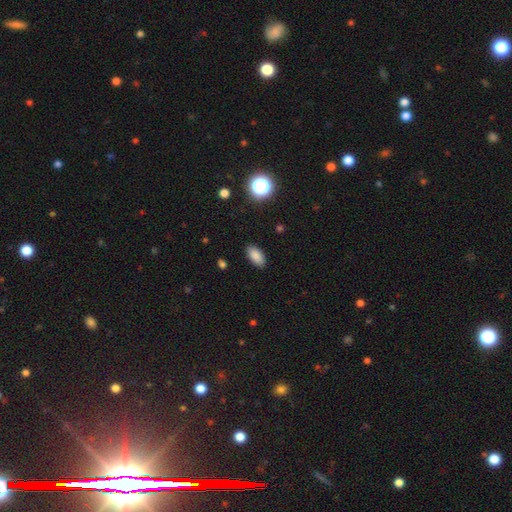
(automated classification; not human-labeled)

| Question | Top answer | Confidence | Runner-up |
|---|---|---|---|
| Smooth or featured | smooth | 86% | star or artifact (10%) |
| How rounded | in between | 92% | cigar-shaped (4%) |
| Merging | none | 88% | minor disturbance (8%) |